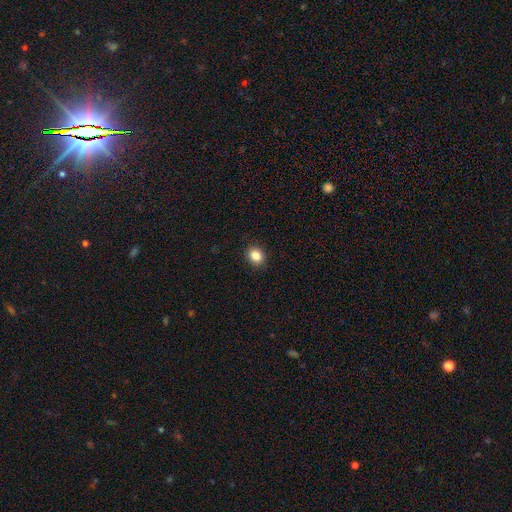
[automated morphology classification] Smooth or featured?
  - smooth: 85% *
  - star or artifact: 10%
  - featured or disk: 5%
How rounded?
  - round: 56% *
  - in between: 43%
  - cigar-shaped: 1%
Merging?
  - none: 91% *
  - minor disturbance: 6%
  - major disturbance: 2%
  - merger: 1%